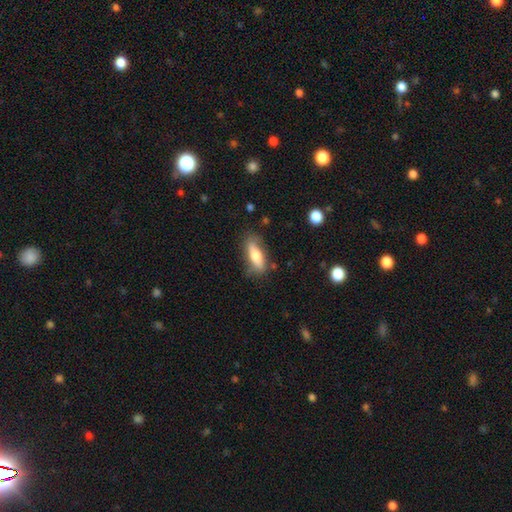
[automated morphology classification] smooth 62%, featured or disk 32%, star or artifact 6%. Down the decision tree: how rounded — in between (58%); merging — none (75%).